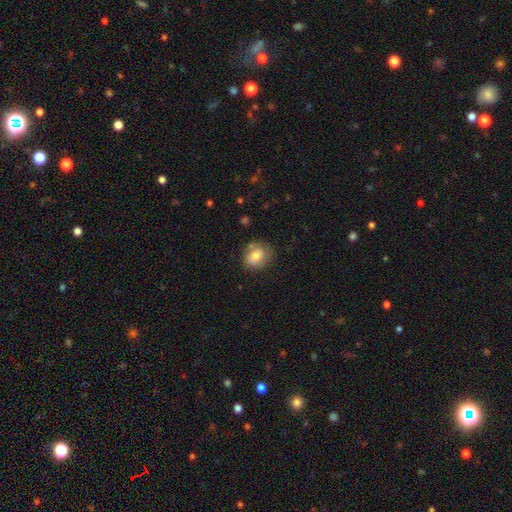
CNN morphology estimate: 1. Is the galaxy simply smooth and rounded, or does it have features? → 75% smooth, 16% featured or disk, 9% star or artifact.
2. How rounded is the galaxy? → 55% round, 44% in between, 1% cigar-shaped.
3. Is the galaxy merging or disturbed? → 68% none, 21% minor disturbance, 6% major disturbance, 5% merger.